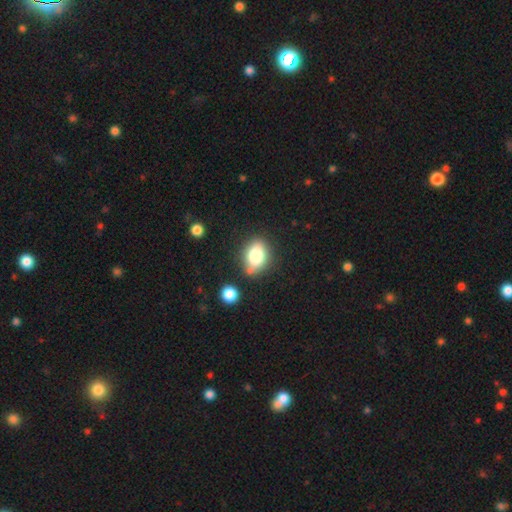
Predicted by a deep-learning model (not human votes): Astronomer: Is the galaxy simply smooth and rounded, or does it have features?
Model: smooth — 79%.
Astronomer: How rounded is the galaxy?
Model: in between — 66%.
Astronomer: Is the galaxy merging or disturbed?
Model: none — 67%.